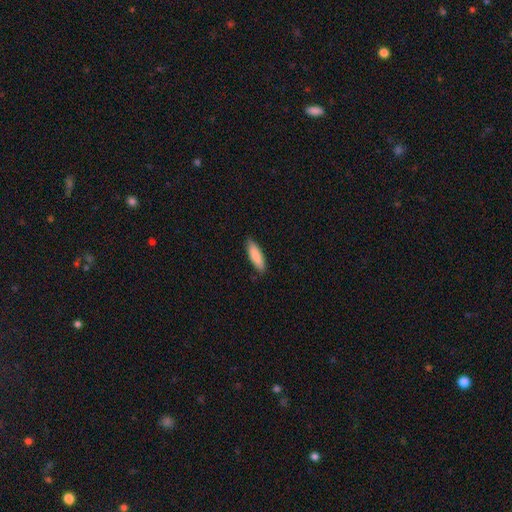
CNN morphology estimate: Q: Smooth or featured?
A: smooth (87%); runner-up: featured or disk (8%)
Q: How rounded?
A: cigar-shaped (58%); runner-up: in between (40%)
Q: Merging?
A: none (87%); runner-up: minor disturbance (10%)